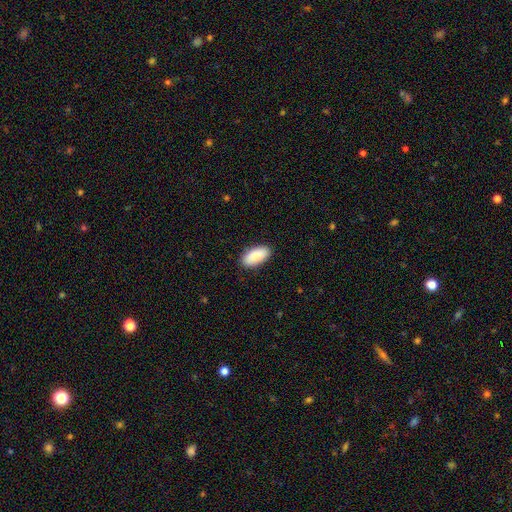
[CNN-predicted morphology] This is clearly a smooth galaxy (90%). How rounded: clearly in between (92%). Merging: clearly none (89%).